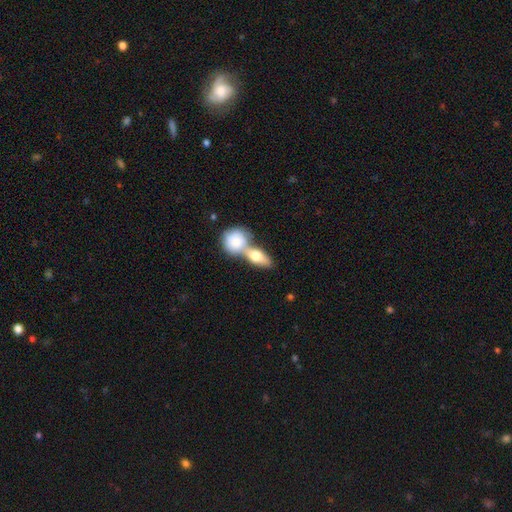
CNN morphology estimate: smooth_or_featured: smooth (p=0.72) [alt: featured or disk p=0.22]
how_rounded: in between (p=0.70) [alt: round p=0.18]
merging: merger (p=0.64) [alt: none p=0.25]